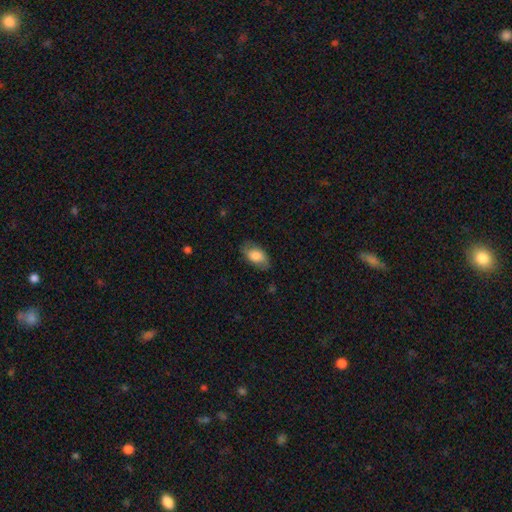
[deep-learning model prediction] smooth_or_featured: smooth (p=0.75) [alt: featured or disk p=0.18]
how_rounded: in between (p=0.92) [alt: round p=0.06]
merging: none (p=0.74) [alt: minor disturbance p=0.19]